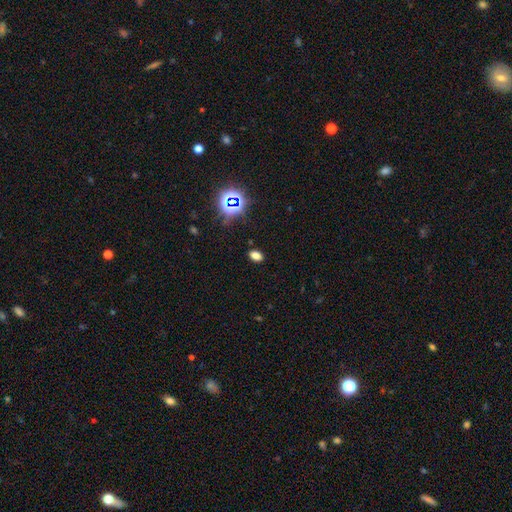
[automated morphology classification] Smooth or featured?
  - smooth: 71% *
  - star or artifact: 23%
  - featured or disk: 6%
How rounded?
  - in between: 85% *
  - round: 13%
  - cigar-shaped: 2%
Merging?
  - none: 88% *
  - minor disturbance: 8%
  - major disturbance: 3%
  - merger: 1%